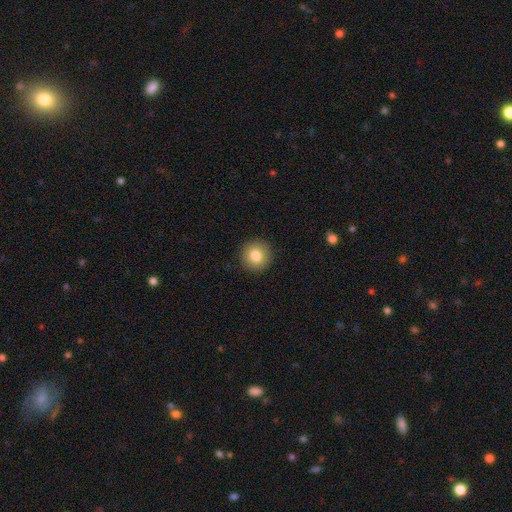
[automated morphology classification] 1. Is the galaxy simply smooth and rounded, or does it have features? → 81% smooth, 9% featured or disk, 9% star or artifact.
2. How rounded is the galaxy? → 94% round, 5% in between, 1% cigar-shaped.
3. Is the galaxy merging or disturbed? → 92% none, 5% minor disturbance, 2% major disturbance, 1% merger.